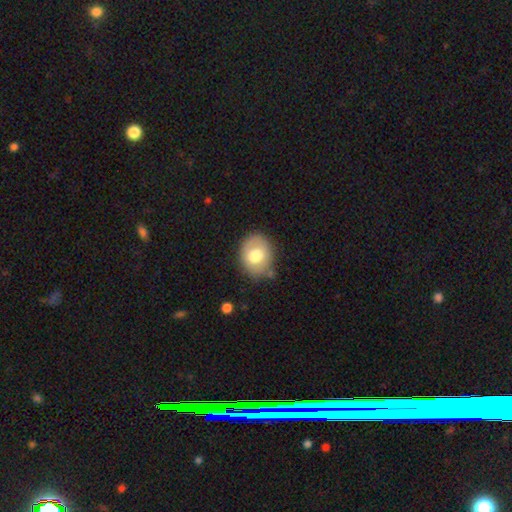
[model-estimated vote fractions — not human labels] This appears to be a smooth galaxy with no disk features (70%) that is in between round and cigar-shaped (50%). Merging: none (75%).